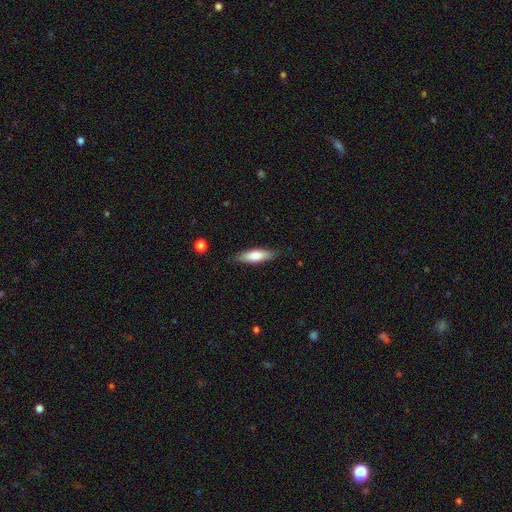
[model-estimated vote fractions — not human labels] smooth_or_featured: smooth (p=0.70) [alt: featured or disk p=0.24]
how_rounded: cigar-shaped (p=0.55) [alt: in between p=0.43]
merging: none (p=0.83) [alt: minor disturbance p=0.13]